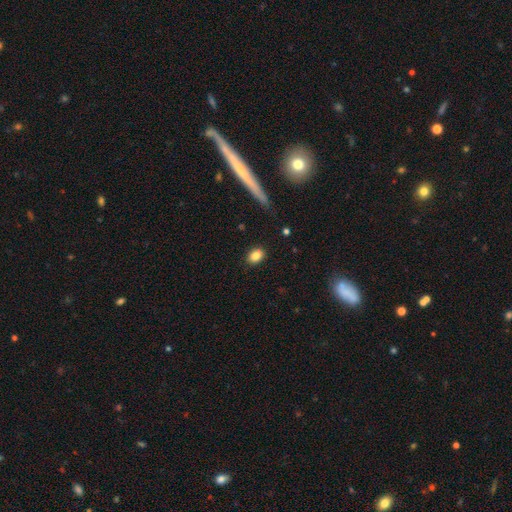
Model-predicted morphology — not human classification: This is clearly a smooth galaxy (85%). How rounded: likely in between (74%). Merging: clearly none (86%).